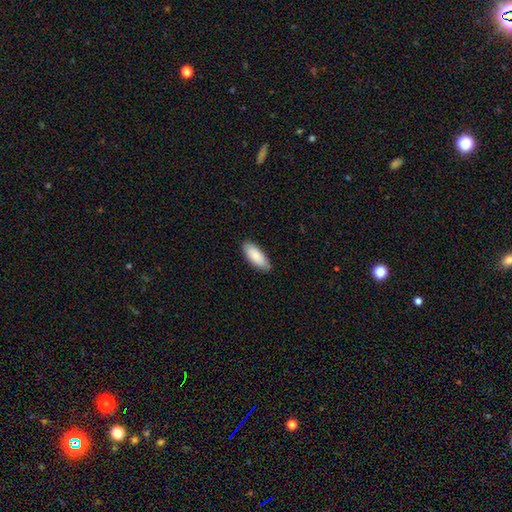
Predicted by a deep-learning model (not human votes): Smooth or featured? Predicted: smooth (p=0.86). How rounded? Predicted: in between (p=0.80). Merging? Predicted: none (p=0.88).